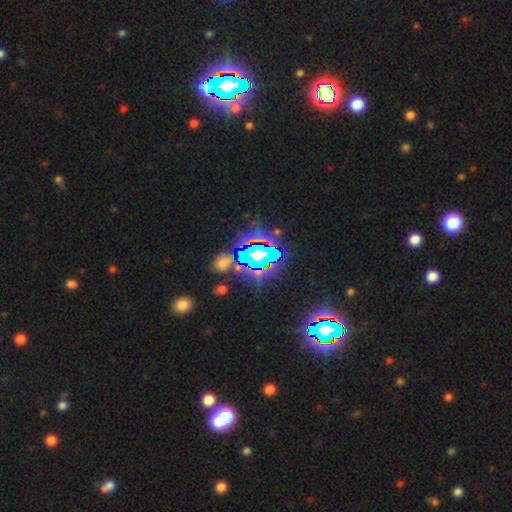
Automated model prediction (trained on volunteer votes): This appears to be a star or artifact, not a galaxy (54%).